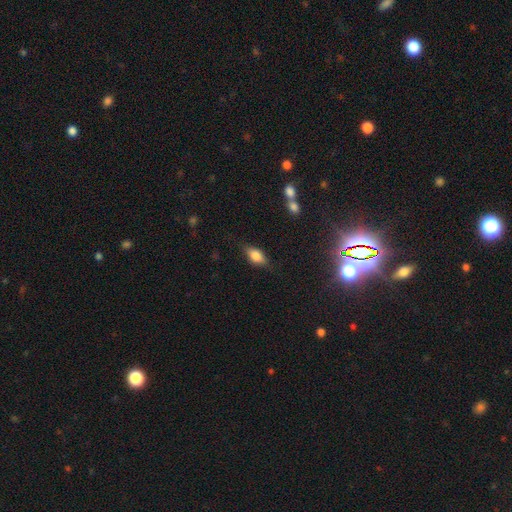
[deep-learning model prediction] Q: Smooth or featured?
A: smooth (72%); runner-up: featured or disk (19%)
Q: How rounded?
A: in between (83%); runner-up: cigar-shaped (9%)
Q: Merging?
A: none (74%); runner-up: minor disturbance (19%)